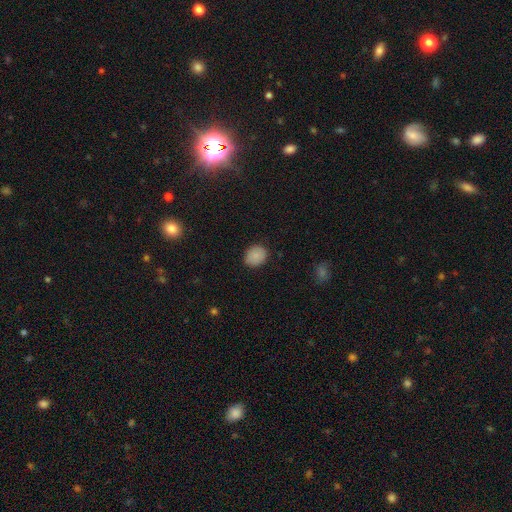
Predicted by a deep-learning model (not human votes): A smooth galaxy with no disk features (87%) that is round (61%). Merging: none (87%).